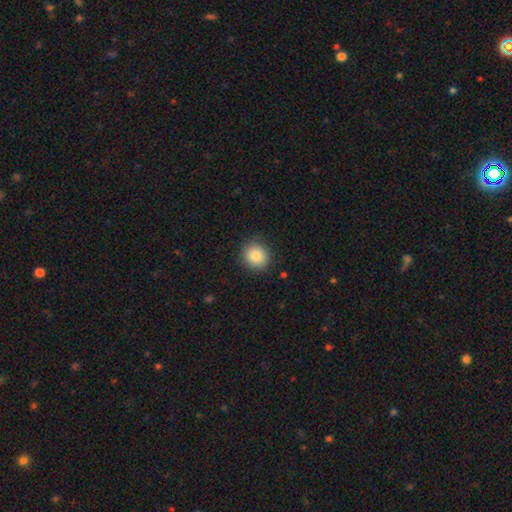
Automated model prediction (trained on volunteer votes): smooth-or-featured: smooth: 84% | star or artifact: 9% | featured or disk: 7%
  how-rounded: round: 89% | in between: 10% | cigar-shaped: 1%
  merging: none: 87% | minor disturbance: 10% | major disturbance: 2% | merger: 1%